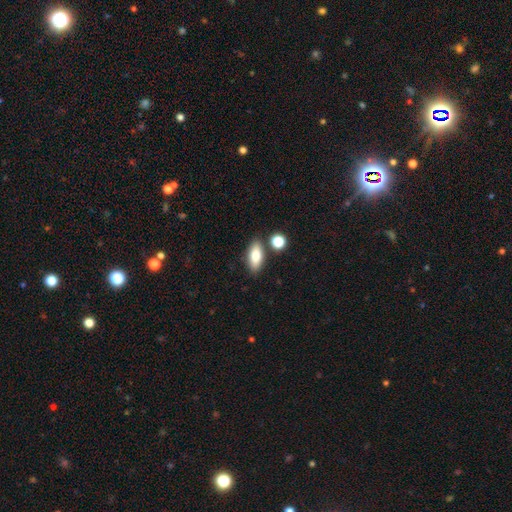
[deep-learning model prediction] Smooth or featured? smooth (78%)
How rounded? in between (81%)
Merging? none (80%)